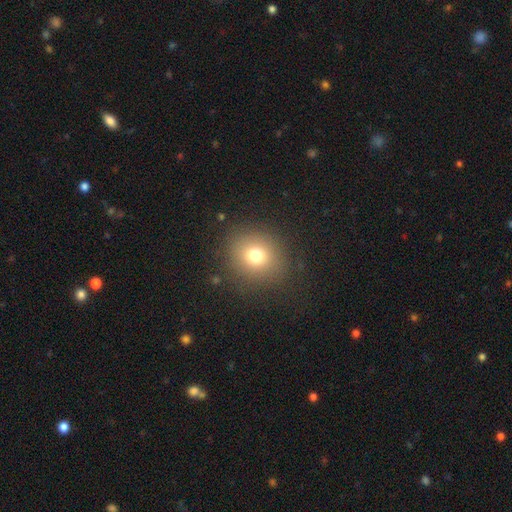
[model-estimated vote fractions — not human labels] Q: Smooth or featured?
A: smooth (74%); runner-up: star or artifact (15%)
Q: How rounded?
A: round (83%); runner-up: in between (16%)
Q: Merging?
A: none (86%); runner-up: minor disturbance (8%)